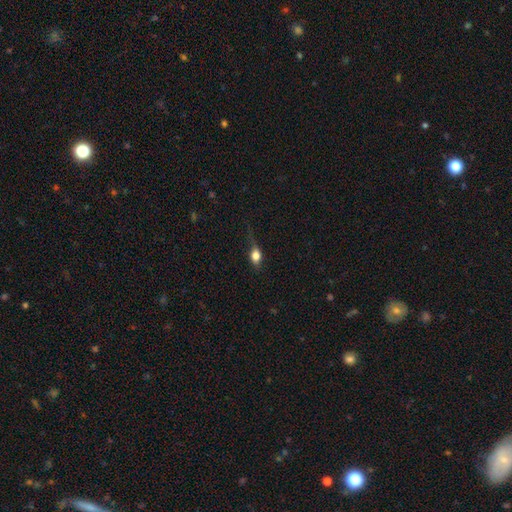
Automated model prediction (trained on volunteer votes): This is likely a smooth galaxy (68%). How rounded: possibly in between (57%). Merging: possibly none (49%).